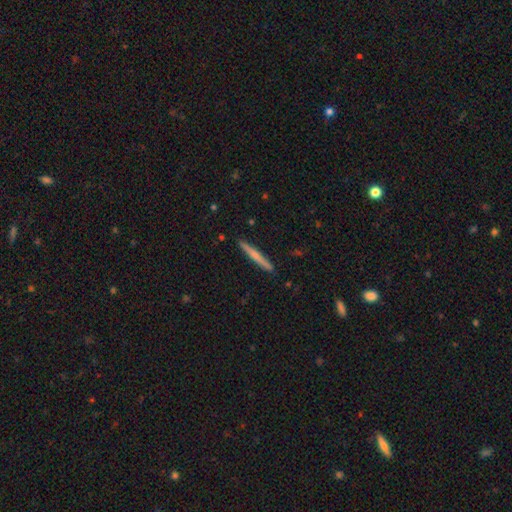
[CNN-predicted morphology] smooth 53%, featured or disk 42%, star or artifact 5%. Down the decision tree: how rounded — cigar-shaped (96%); merging — none (91%).